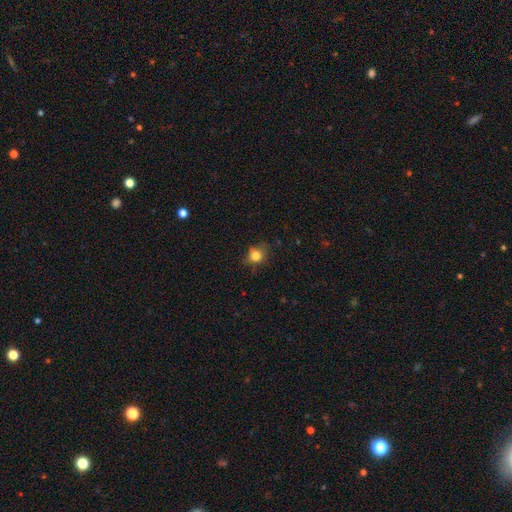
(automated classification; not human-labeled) This appears to be a smooth galaxy with no disk features (81%) that is round (80%). Merging: none (75%).